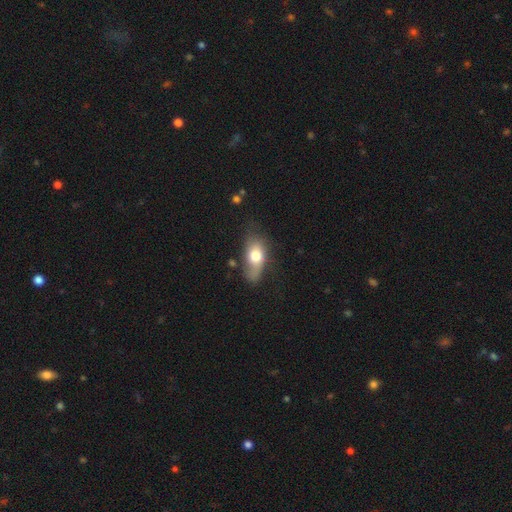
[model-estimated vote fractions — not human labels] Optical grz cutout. It shows a smooth galaxy with no disk features (70%) that is in between round and cigar-shaped (82%). Merging: none (47%).